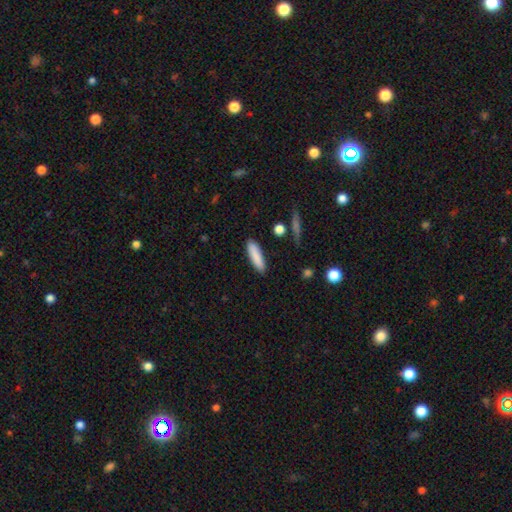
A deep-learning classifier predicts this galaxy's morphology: Smooth or featured? smooth (87%)
How rounded? cigar-shaped (65%)
Merging? none (87%)